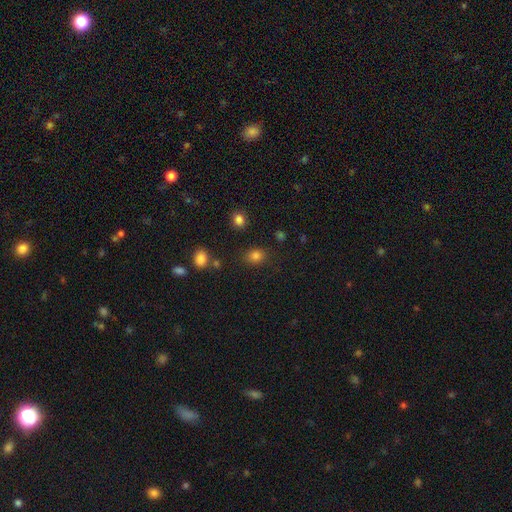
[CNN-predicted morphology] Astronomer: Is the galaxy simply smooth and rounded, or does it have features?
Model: smooth — 82%.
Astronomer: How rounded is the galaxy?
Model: in between — 52% (runner-up: round, 47%).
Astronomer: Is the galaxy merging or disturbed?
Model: none — 80%.